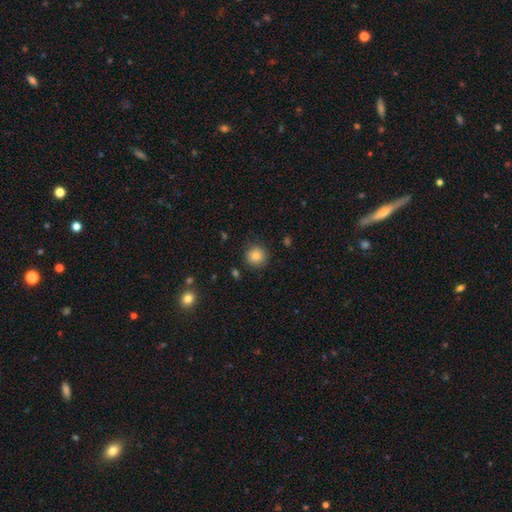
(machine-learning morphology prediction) smooth_or_featured: smooth (p=0.84) [alt: star or artifact p=0.10]
how_rounded: round (p=0.93) [alt: in between p=0.06]
merging: none (p=0.88) [alt: minor disturbance p=0.08]